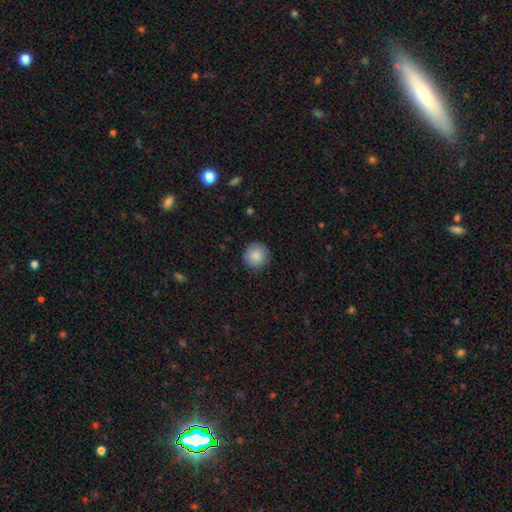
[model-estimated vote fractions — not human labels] Q: Smooth or featured?
A: smooth (87%); runner-up: star or artifact (8%)
Q: How rounded?
A: round (95%); runner-up: in between (4%)
Q: Merging?
A: none (90%); runner-up: minor disturbance (7%)